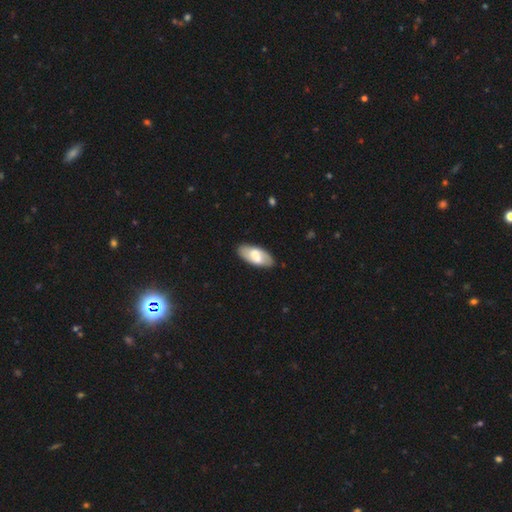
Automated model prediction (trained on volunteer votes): Q: Smooth or featured?
A: smooth (58%); runner-up: featured or disk (37%)
Q: How rounded?
A: in between (90%); runner-up: cigar-shaped (8%)
Q: Merging?
A: none (84%); runner-up: minor disturbance (11%)